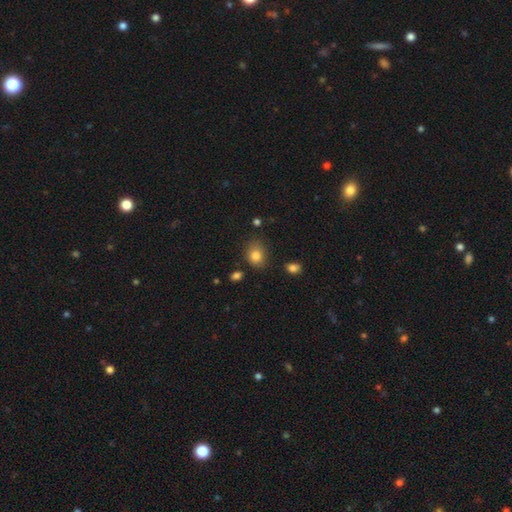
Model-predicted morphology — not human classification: The model was most divided on "how rounded": round: 50%, in between: 49%, cigar-shaped: 1%. More confident: smooth or featured — smooth (82%); merging — none (70%).